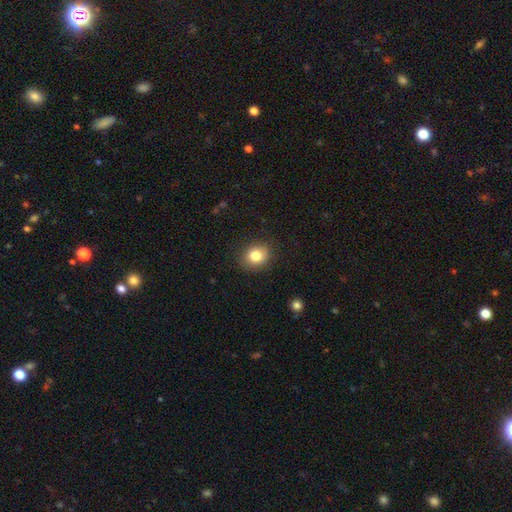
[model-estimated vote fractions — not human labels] Smooth or featured?
  - smooth: 81% *
  - star or artifact: 10%
  - featured or disk: 9%
How rounded?
  - round: 70% *
  - in between: 29%
  - cigar-shaped: 1%
Merging?
  - none: 86% *
  - minor disturbance: 10%
  - major disturbance: 3%
  - merger: 1%